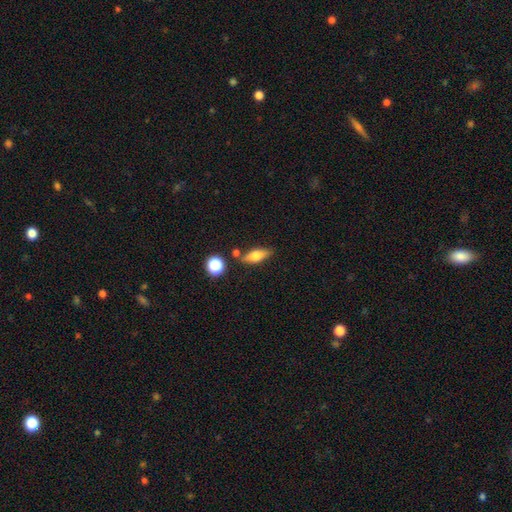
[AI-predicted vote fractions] smooth-or-featured: smooth: 61% | featured or disk: 31% | star or artifact: 9%
  how-rounded: in between: 65% | cigar-shaped: 29% | round: 7%
  merging: none: 77% | minor disturbance: 13% | merger: 7% | major disturbance: 3%